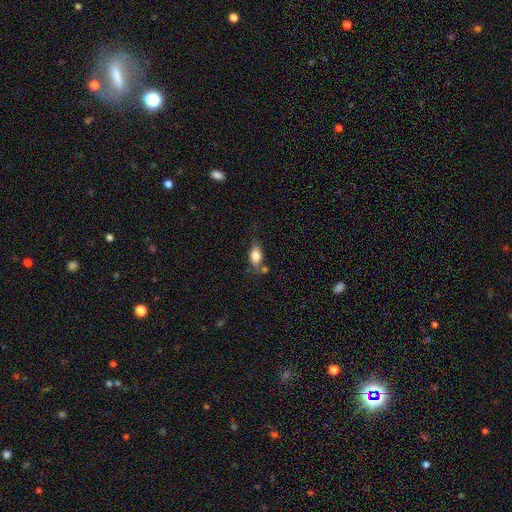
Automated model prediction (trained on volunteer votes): smooth 79%, featured or disk 14%, star or artifact 8%. Down the decision tree: how rounded — in between (86%); merging — none (60%).